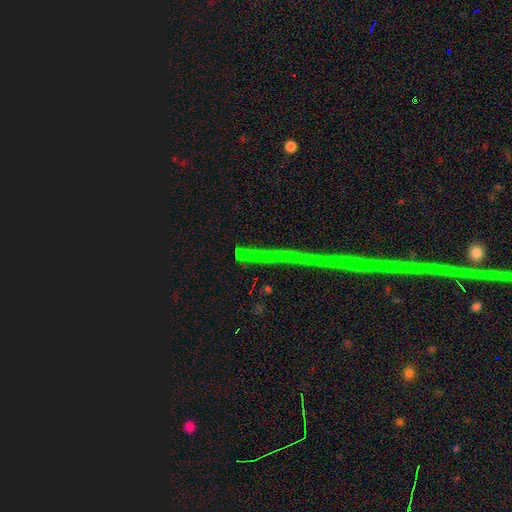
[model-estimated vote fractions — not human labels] Smooth or featured? star or artifact (74%)